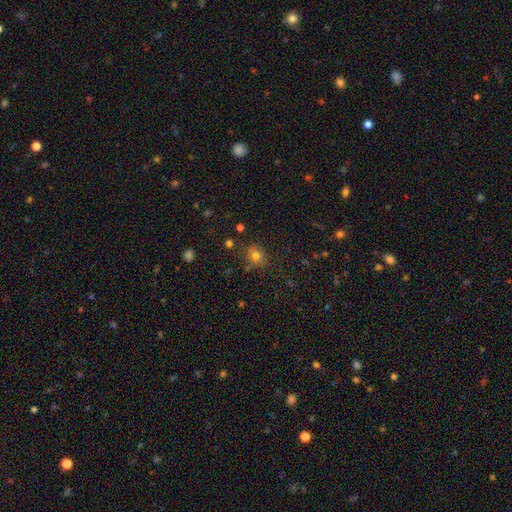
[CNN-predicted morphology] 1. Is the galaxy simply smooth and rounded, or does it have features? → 70% smooth, 21% star or artifact, 9% featured or disk.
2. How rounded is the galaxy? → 66% round, 33% in between, 1% cigar-shaped.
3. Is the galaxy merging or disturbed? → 72% none, 16% minor disturbance, 6% merger, 6% major disturbance.